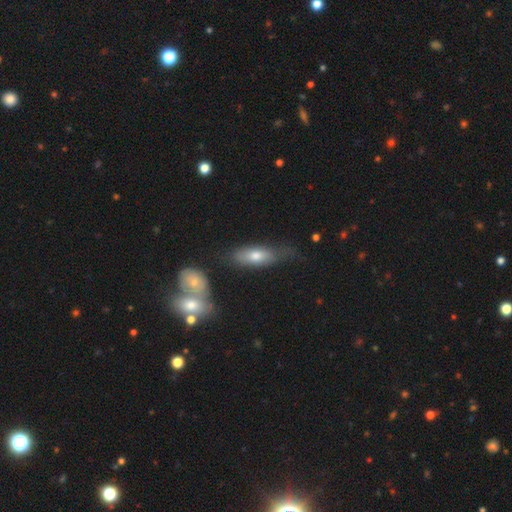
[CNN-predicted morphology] Smooth or featured: smooth — 65% (featured or disk — 28%)
How rounded: in between — 66% (cigar-shaped — 31%)
Merging: none — 53% (minor disturbance — 25%)